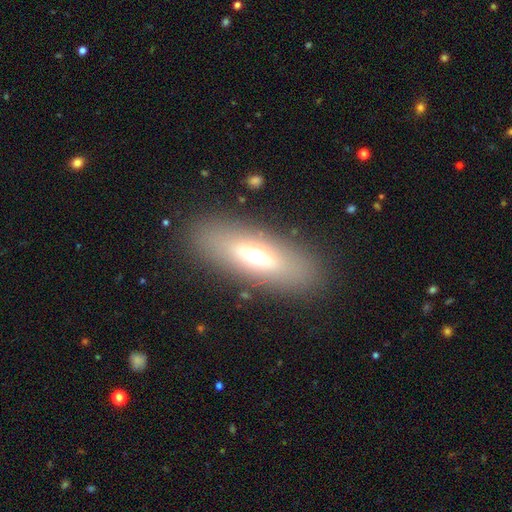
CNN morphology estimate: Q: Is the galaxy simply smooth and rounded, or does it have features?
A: smooth — 56%.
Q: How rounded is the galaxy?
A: in between — 63%.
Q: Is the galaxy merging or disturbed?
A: none — 86%.